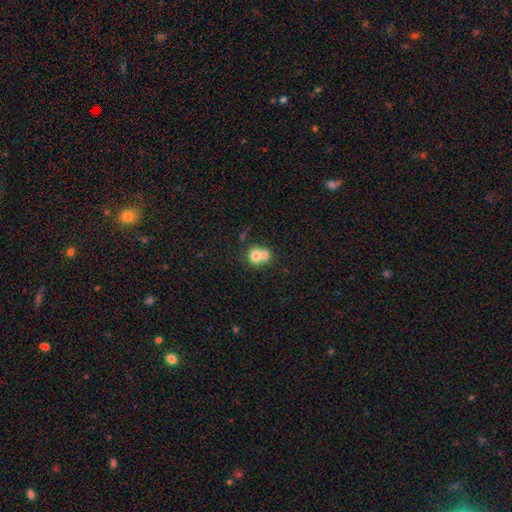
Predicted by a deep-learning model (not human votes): Q: Smooth or featured?
A: smooth (72%); runner-up: featured or disk (19%)
Q: How rounded?
A: round (70%); runner-up: in between (29%)
Q: Merging?
A: merger (65%); runner-up: none (26%)